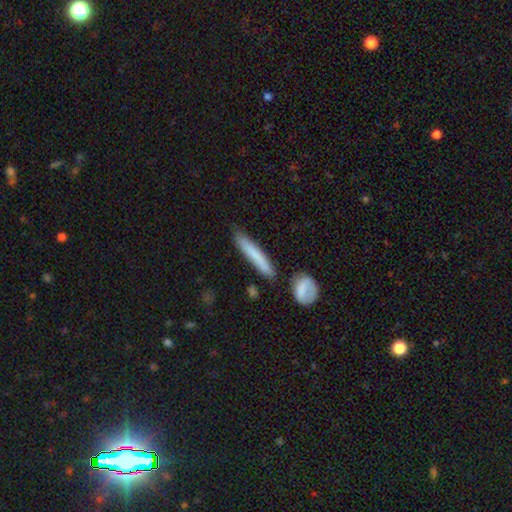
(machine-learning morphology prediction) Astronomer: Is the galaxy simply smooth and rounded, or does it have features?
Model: smooth — 74%.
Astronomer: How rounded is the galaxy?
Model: cigar-shaped — 93%.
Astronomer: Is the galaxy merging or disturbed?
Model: none — 78%.